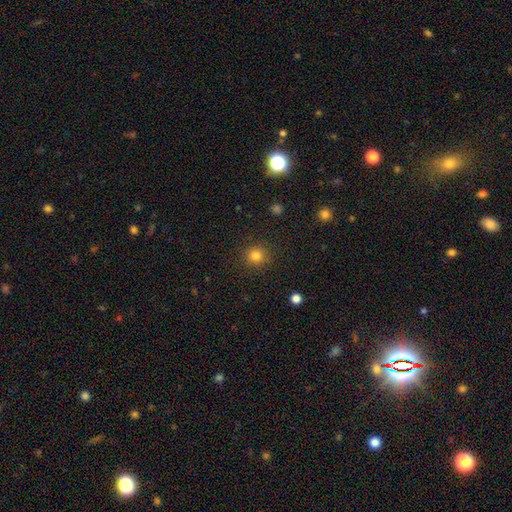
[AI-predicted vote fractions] Smooth or featured?
  - smooth: 83% *
  - star or artifact: 12%
  - featured or disk: 5%
How rounded?
  - round: 91% *
  - in between: 8%
  - cigar-shaped: 1%
Merging?
  - none: 89% *
  - minor disturbance: 7%
  - major disturbance: 3%
  - merger: 1%